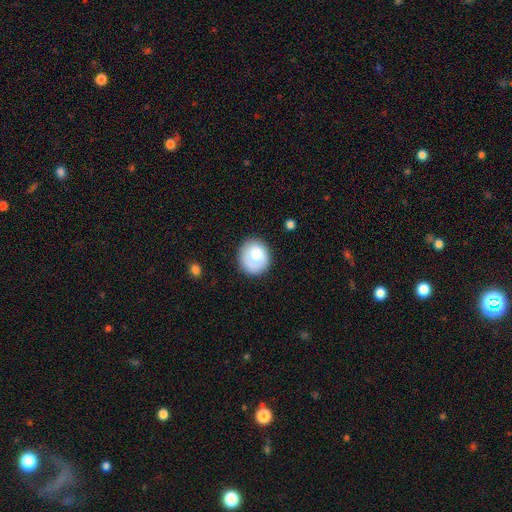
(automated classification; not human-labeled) Smooth or featured: smooth — 79% (featured or disk — 14%)
How rounded: round — 73% (in between — 26%)
Merging: none — 75% (minor disturbance — 17%)